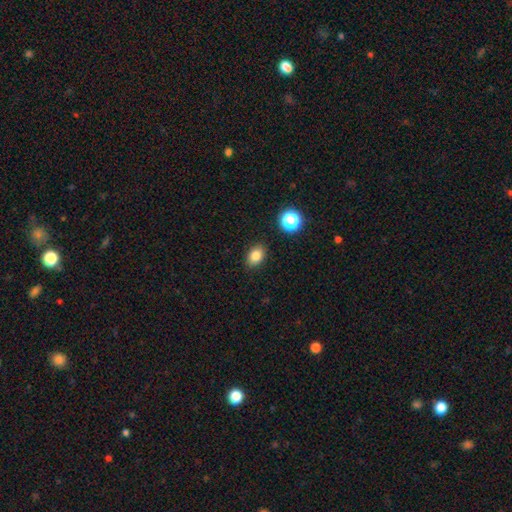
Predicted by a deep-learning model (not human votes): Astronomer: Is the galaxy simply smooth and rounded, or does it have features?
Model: smooth — 81%.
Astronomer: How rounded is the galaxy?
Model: in between — 74%.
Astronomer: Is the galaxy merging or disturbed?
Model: none — 87%.